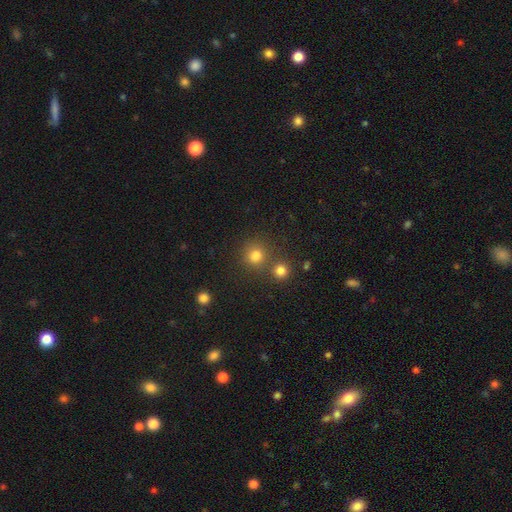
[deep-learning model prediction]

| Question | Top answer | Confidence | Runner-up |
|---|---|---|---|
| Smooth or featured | smooth | 79% | star or artifact (15%) |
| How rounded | round | 90% | in between (9%) |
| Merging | none | 71% | merger (17%) |